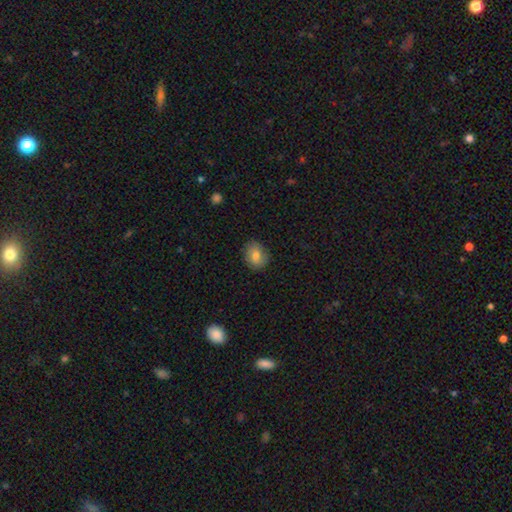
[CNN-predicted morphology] This appears to be a smooth galaxy with no disk features (80%) that is round (50%). Merging: none (84%).